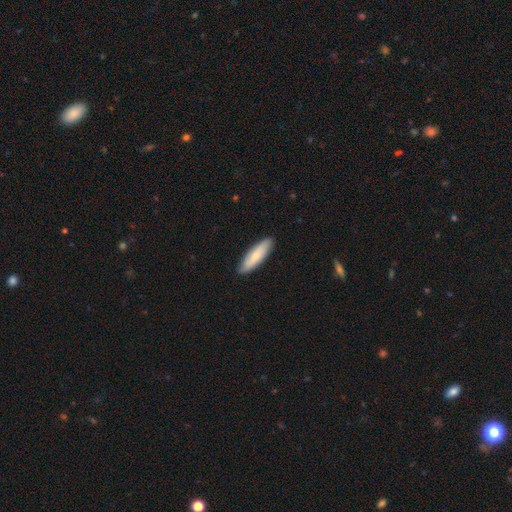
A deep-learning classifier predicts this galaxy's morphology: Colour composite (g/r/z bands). It shows a smooth galaxy with no disk features (73%) that is cigar-shaped (58%). Merging: none (88%).